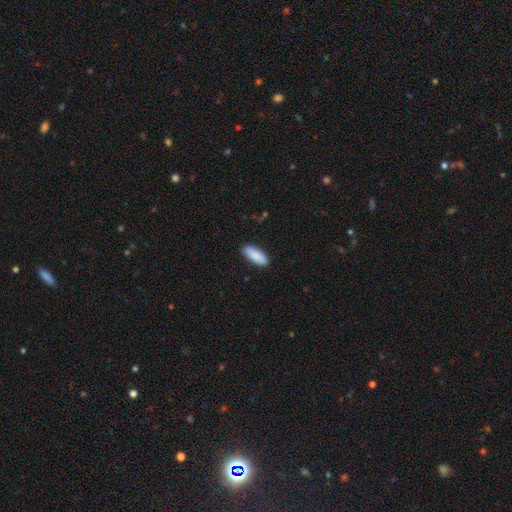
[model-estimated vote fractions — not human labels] A smooth galaxy with no disk features (90%) that is in between round and cigar-shaped (76%).

Vote fractions:
- Smooth or featured? smooth: 90% / star or artifact: 6% / featured or disk: 5%
- How rounded? in between: 76% / cigar-shaped: 22% / round: 2%
- Merging? none: 89% / minor disturbance: 8% / major disturbance: 2% / merger: 1%